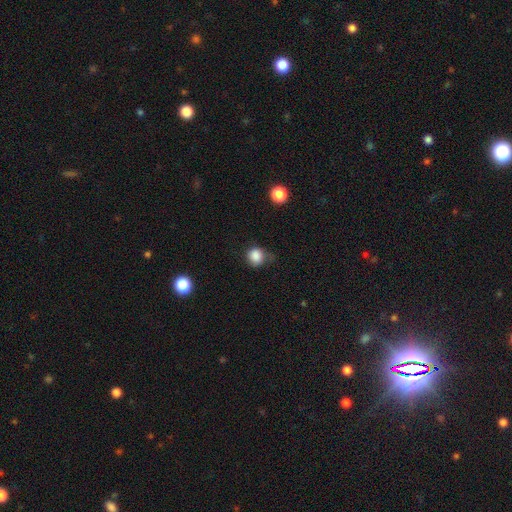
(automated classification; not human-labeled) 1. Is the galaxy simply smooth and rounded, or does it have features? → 85% smooth, 10% star or artifact, 5% featured or disk.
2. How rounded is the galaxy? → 82% round, 17% in between, 1% cigar-shaped.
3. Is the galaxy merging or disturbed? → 50% none, 34% minor disturbance, 14% major disturbance, 2% merger.